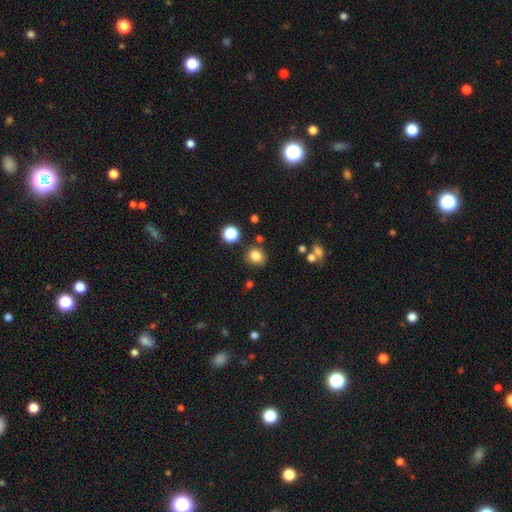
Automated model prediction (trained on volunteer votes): Morphology: type=smooth (82%); roundness=round (74%); merging=none (79%).